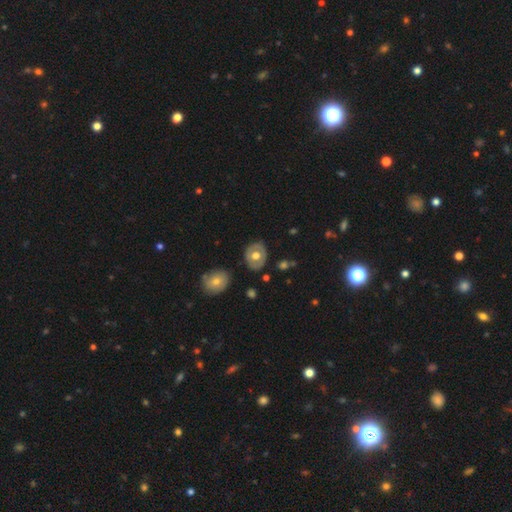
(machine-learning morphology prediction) Smooth or featured? Predicted: smooth (p=0.52). How rounded? Predicted: in between (p=0.51). Merging? Predicted: none (p=0.81).